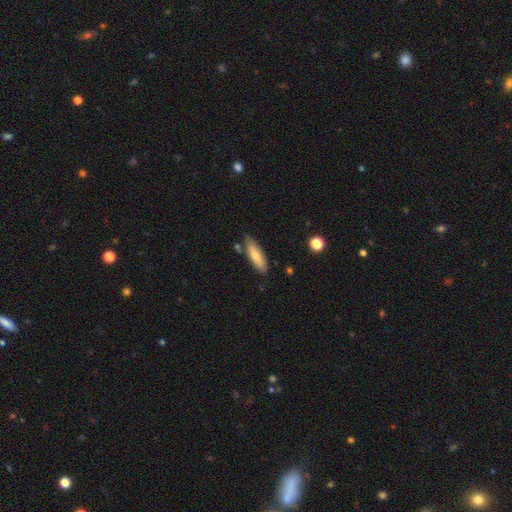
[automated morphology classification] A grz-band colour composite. It shows a smooth galaxy with no disk features (72%) that is cigar-shaped (55%). Merging: none (78%).